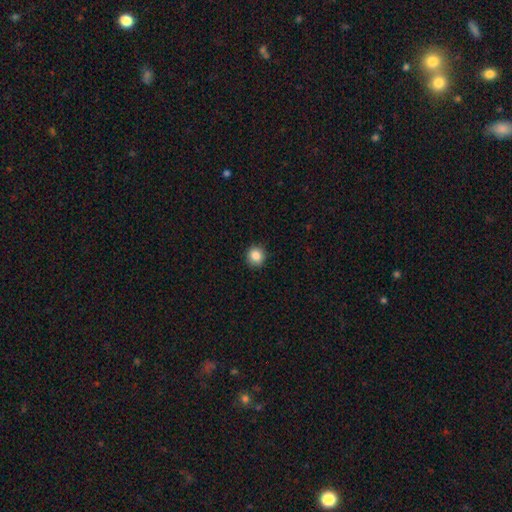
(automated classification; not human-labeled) Morphology: type=smooth (86%); roundness=round (89%); merging=none (90%).